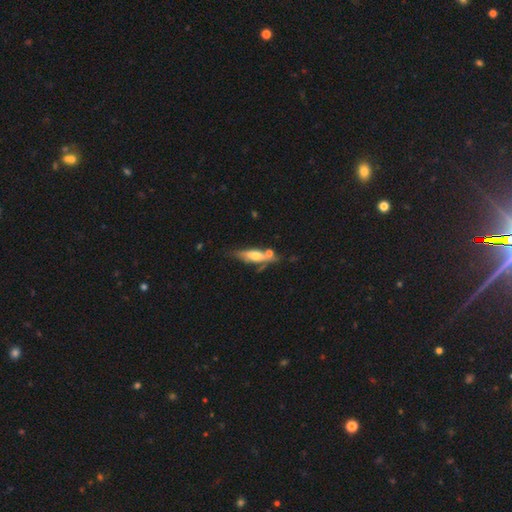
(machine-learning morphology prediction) type=featured or disk (48%); merging=none (53%).